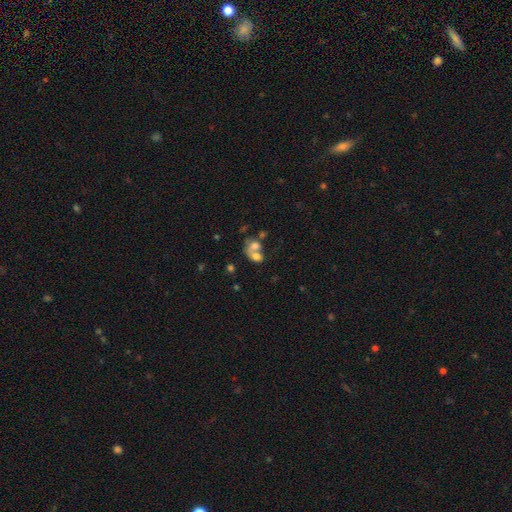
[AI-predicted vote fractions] Smooth or featured?
  - smooth: 62% *
  - featured or disk: 27%
  - star or artifact: 11%
How rounded?
  - in between: 61% *
  - round: 38%
  - cigar-shaped: 1%
Merging?
  - merger: 68% *
  - none: 17%
  - major disturbance: 8%
  - minor disturbance: 7%